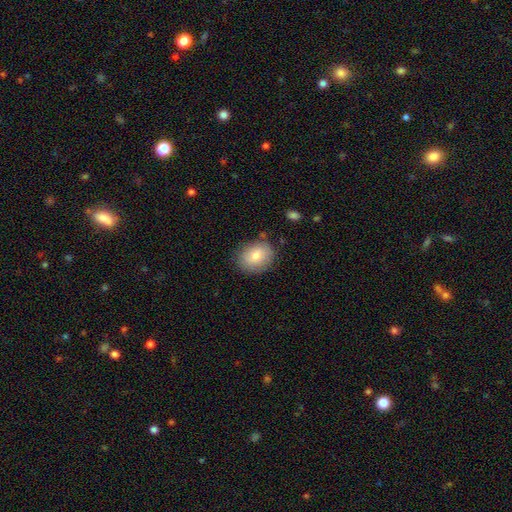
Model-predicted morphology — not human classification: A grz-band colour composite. It shows a smooth galaxy with no disk features (78%) that is in between round and cigar-shaped (53%). Merging: none (81%).